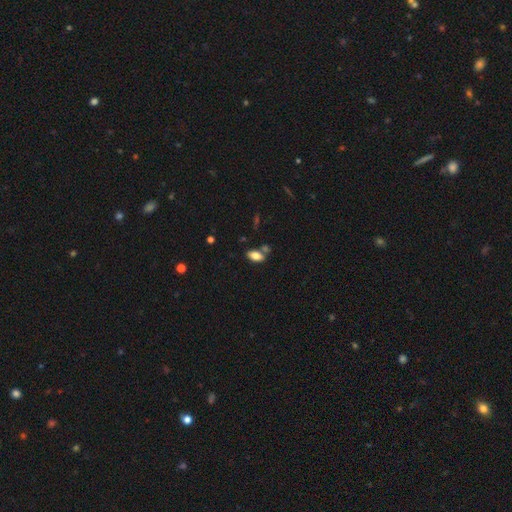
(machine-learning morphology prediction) Smooth or featured? smooth (81%)
How rounded? in between (91%)
Merging? none (67%)